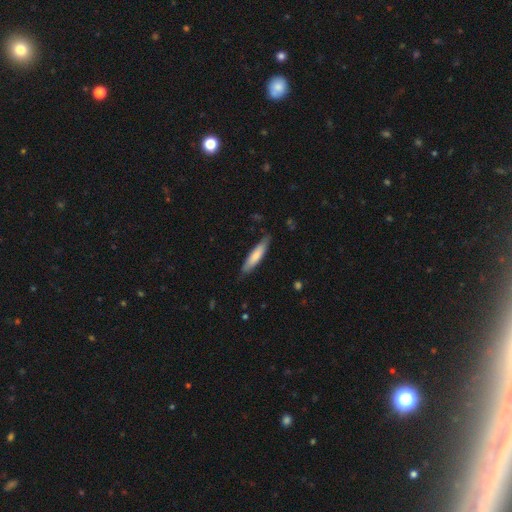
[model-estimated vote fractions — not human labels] A smooth galaxy with no disk features (74%) that is cigar-shaped (81%). Merging: none (81%).